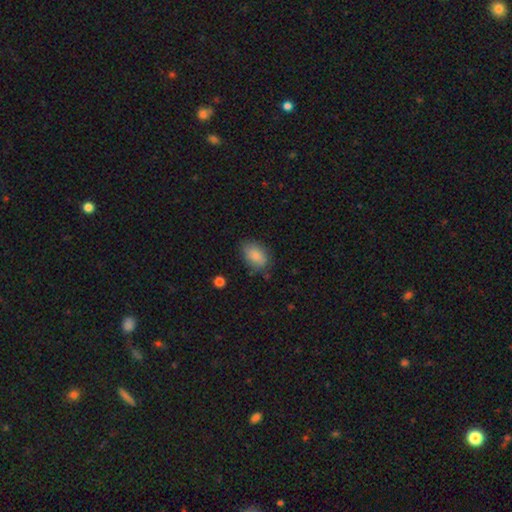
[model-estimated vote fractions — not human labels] Smooth or featured? smooth (87%)
How rounded? in between (87%)
Merging? none (76%)